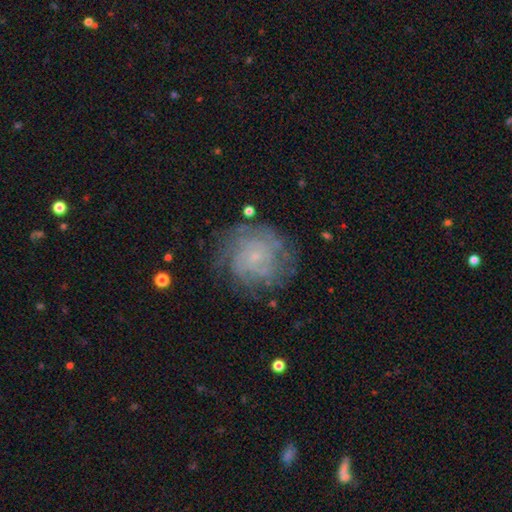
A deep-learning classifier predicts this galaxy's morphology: Smooth or featured?
  - featured or disk: 68% *
  - smooth: 21%
  - star or artifact: 11%
Edge-on disk?
  - no: 97% *
  - yes: 3%
Bar?
  - no: 80% *
  - weak: 17%
  - strong: 3%
Spiral arms?
  - yes: 88% *
  - no: 12%
Spiral winding?
  - tight: 69% *
  - medium: 23%
  - loose: 8%
Spiral arm count?
  - can't tell: 50% *
  - 4: 13%
  - 3: 12%
  - 2: 12%
  - more than 4: 7%
  - 1: 6%
Bulge size?
  - small: 80% *
  - none: 9%
  - moderate: 8%
  - large: 1%
  - dominant: 1%
Merging?
  - none: 75% *
  - minor disturbance: 16%
  - major disturbance: 8%
  - merger: 2%